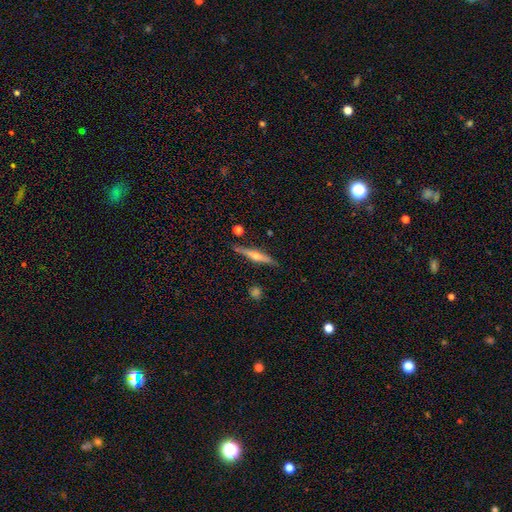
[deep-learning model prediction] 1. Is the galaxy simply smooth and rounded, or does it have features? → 71% featured or disk, 22% smooth, 6% star or artifact.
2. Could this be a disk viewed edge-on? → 97% yes, 3% no.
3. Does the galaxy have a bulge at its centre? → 86% rounded, 8% none, 6% boxy.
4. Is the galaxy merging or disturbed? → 88% none, 8% minor disturbance, 2% merger, 2% major disturbance.